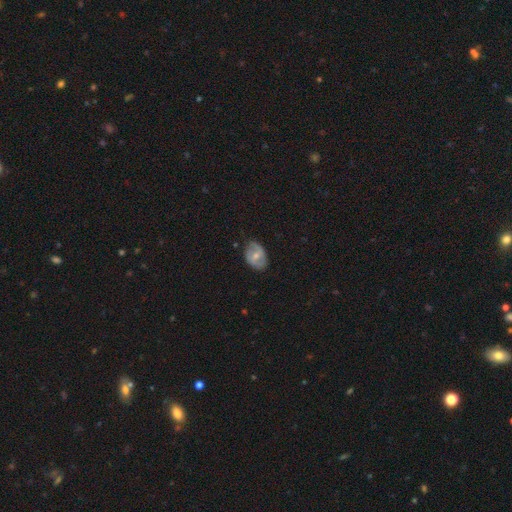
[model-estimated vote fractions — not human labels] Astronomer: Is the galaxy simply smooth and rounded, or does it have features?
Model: featured or disk — 51% (runner-up: smooth, 42%).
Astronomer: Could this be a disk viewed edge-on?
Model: no — 94%.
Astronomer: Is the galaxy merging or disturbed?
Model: none — 74%.